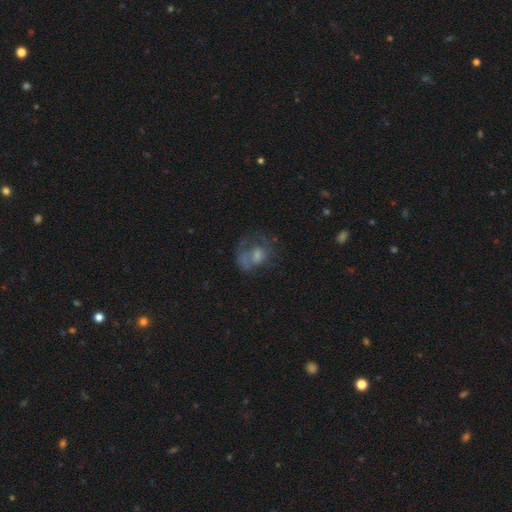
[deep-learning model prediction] Q: Smooth or featured?
A: featured or disk (47%); runner-up: smooth (40%)
Q: Merging?
A: major disturbance (40%); runner-up: none (36%)